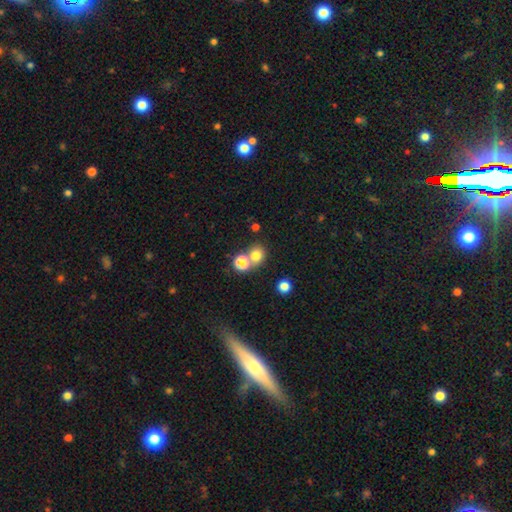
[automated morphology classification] The model was most divided on "merging": none: 56%, merger: 33%, minor disturbance: 8%, major disturbance: 4%. More confident: how rounded — round (79%); smooth or featured — smooth (75%).